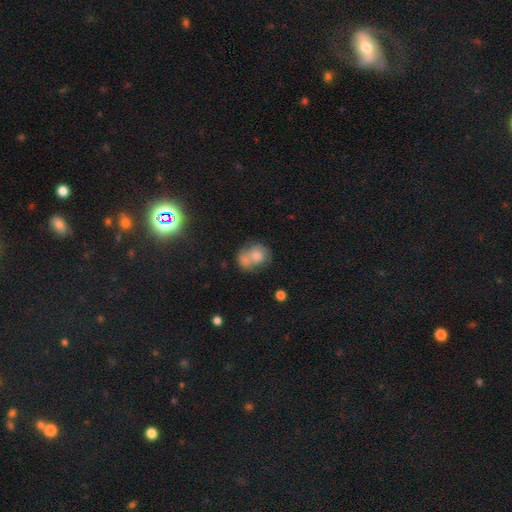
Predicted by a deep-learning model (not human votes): Morphology: type=smooth (61%); roundness=round (55%); merging=merger (51%).